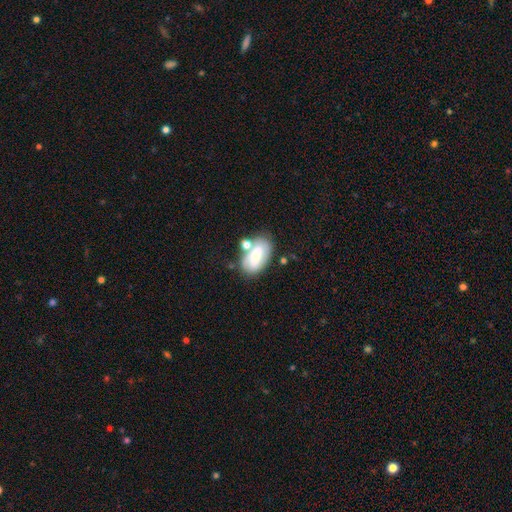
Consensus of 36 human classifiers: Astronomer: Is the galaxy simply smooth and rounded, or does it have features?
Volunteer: smooth — 61%.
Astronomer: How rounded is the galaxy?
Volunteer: in between — 91%.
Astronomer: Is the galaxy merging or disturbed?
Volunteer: none — 35% (runner-up: minor disturbance, 29%).